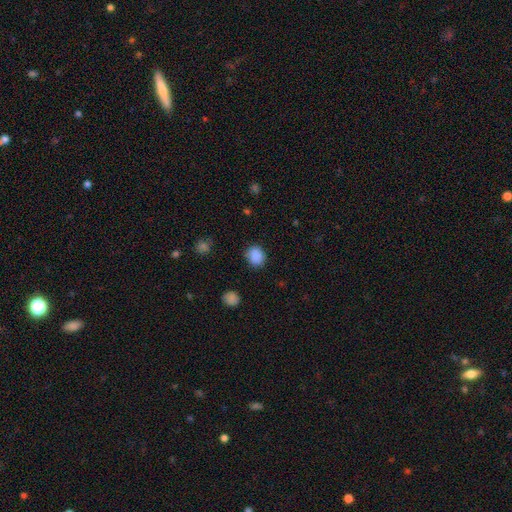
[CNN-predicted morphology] smooth-or-featured: smooth: 87% | star or artifact: 10% | featured or disk: 3%
  how-rounded: round: 67% | in between: 32% | cigar-shaped: 1%
  merging: none: 82% | minor disturbance: 13% | major disturbance: 3% | merger: 2%